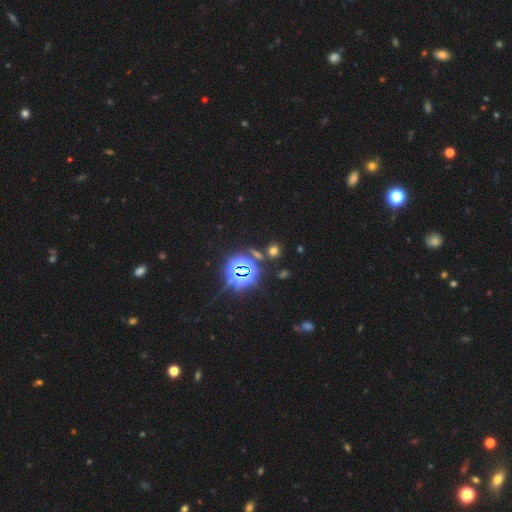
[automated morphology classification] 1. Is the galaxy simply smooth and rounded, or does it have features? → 77% star or artifact, 15% smooth, 8% featured or disk.